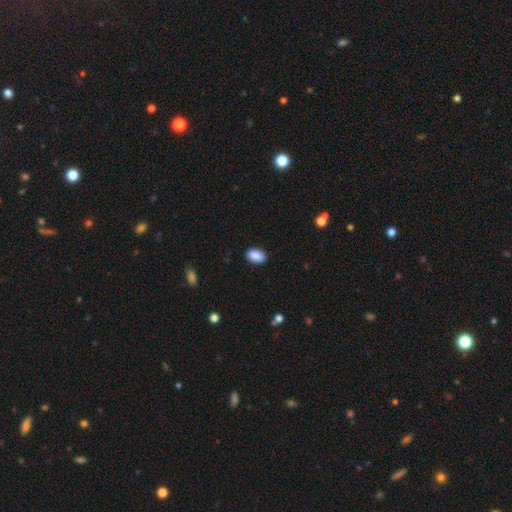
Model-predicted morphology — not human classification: smooth_or_featured: smooth (p=0.89) [alt: star or artifact p=0.07]
how_rounded: in between (p=0.91) [alt: round p=0.08]
merging: none (p=0.89) [alt: minor disturbance p=0.08]